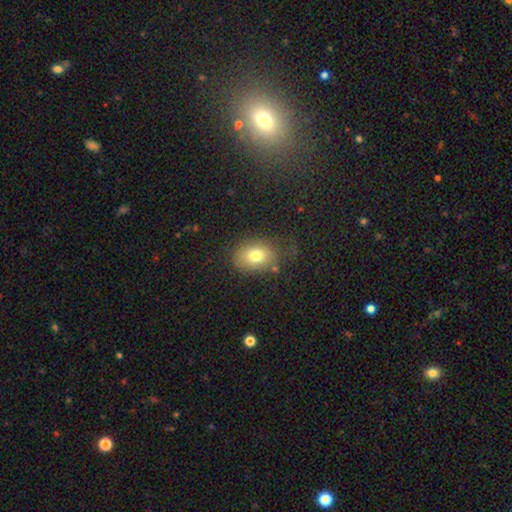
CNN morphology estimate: The model was most divided on "how rounded": in between: 72%, round: 27%, cigar-shaped: 1%. More confident: smooth or featured — smooth (76%); merging — none (69%).